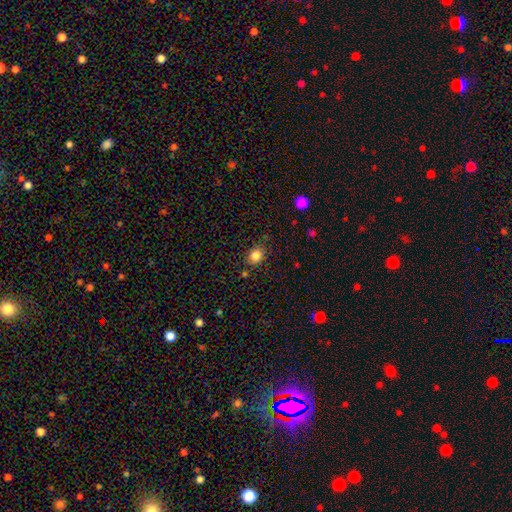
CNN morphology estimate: Smooth or featured? Predicted: smooth (p=0.83). How rounded? Predicted: in between (p=0.50). Merging? Predicted: none (p=0.79).